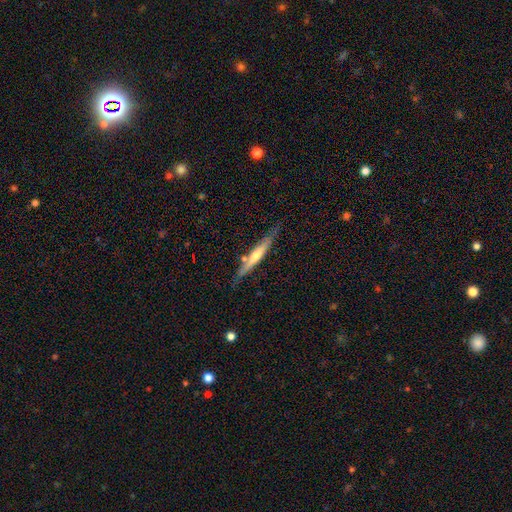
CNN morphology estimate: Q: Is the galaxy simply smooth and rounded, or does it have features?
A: featured or disk — 62%.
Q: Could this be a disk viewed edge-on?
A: yes — 94%.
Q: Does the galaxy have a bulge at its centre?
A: rounded — 65%.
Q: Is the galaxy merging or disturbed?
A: none — 77%.